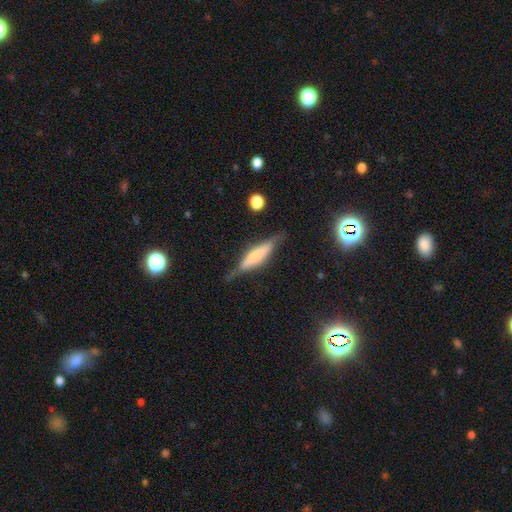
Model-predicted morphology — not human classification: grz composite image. It shows a featured or disk galaxy (58%) viewed edge-on (95%) with a boxy central bulge (46%). Merging: none (75%).